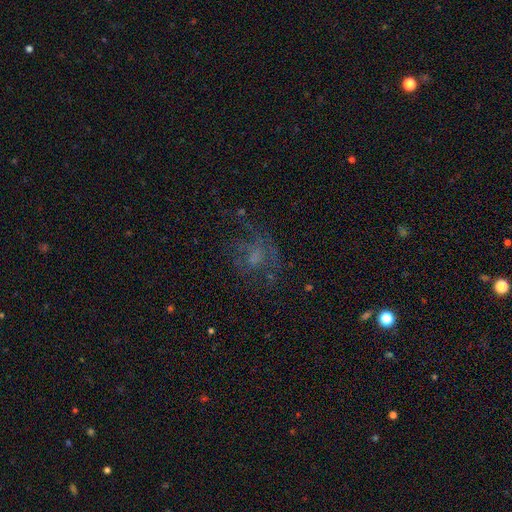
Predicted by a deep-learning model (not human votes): A featured or disk galaxy (46%).

Vote fractions:
- Smooth or featured? featured or disk: 46% / smooth: 31% / star or artifact: 22%
- Merging? none: 49% / major disturbance: 30% / minor disturbance: 18% / merger: 2%